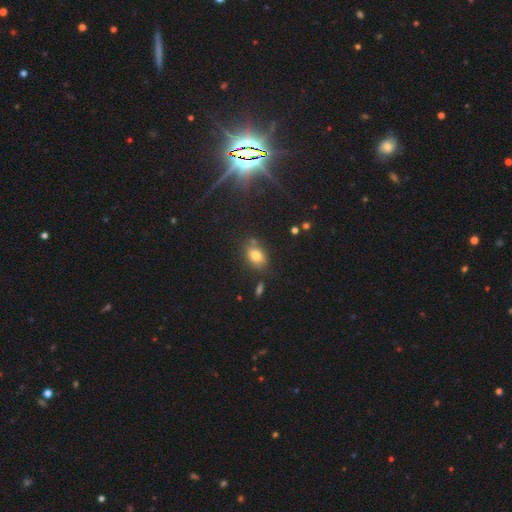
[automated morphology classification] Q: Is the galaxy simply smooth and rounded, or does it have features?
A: smooth — 76%.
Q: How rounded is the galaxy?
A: in between — 79%.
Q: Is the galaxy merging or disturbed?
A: none — 74%.